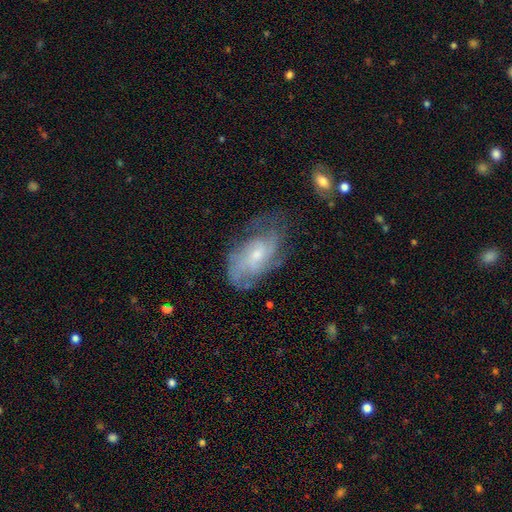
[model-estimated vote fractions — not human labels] A featured or disk galaxy (75%) with no bar (61%), medium (41%) spiral arms (88%) and a small central bulge (60%).

Vote fractions:
- Smooth or featured? featured or disk: 75% / smooth: 18% / star or artifact: 7%
- Edge-on disk? no: 95% / yes: 5%
- Bar? no: 61% / weak: 34% / strong: 5%
- Spiral arms? yes: 88% / no: 12%
- Spiral winding? medium: 41% / tight: 40% / loose: 19%
- Spiral arm count? can't tell: 42% / 2: 23% / 3: 16% / 4: 9% / 1: 5% / more than 4: 4%
- Bulge size? small: 60% / moderate: 34% / none: 3% / large: 2% / dominant: 1%
- Merging? none: 61% / minor disturbance: 24% / major disturbance: 13% / merger: 2%